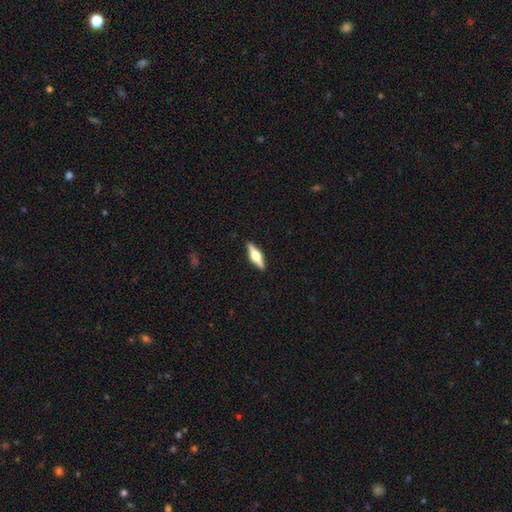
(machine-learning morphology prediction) This is likely a featured or disk galaxy (62%). It is clearly viewed edge-on (96%). Edge-on bulge: clearly rounded (94%). Merging: clearly none (90%).